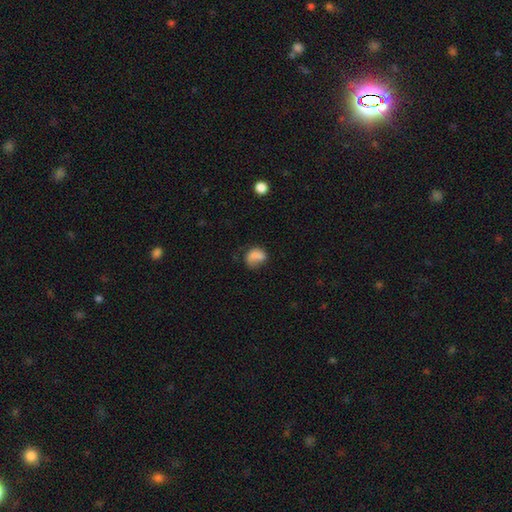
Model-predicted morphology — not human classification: Smooth or featured? smooth (72%)
How rounded? in between (51%)
Merging? none (40%)